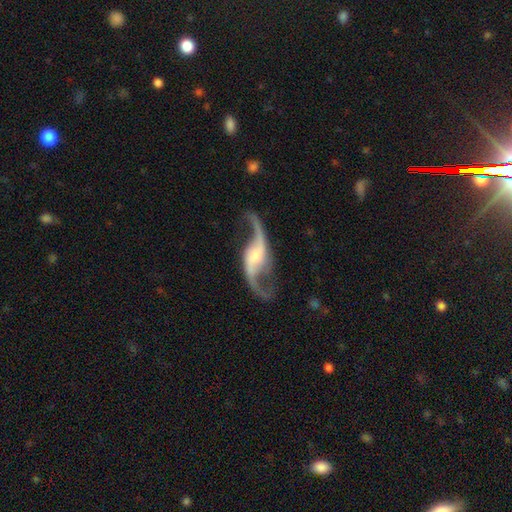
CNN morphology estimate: type=featured or disk (92%); edge-on=no (95%); bar=weak (40%); spiral arms=yes (97%); winding=loose (88%); arm count=2 (94%); bulge=small (48%); merging=none (78%).